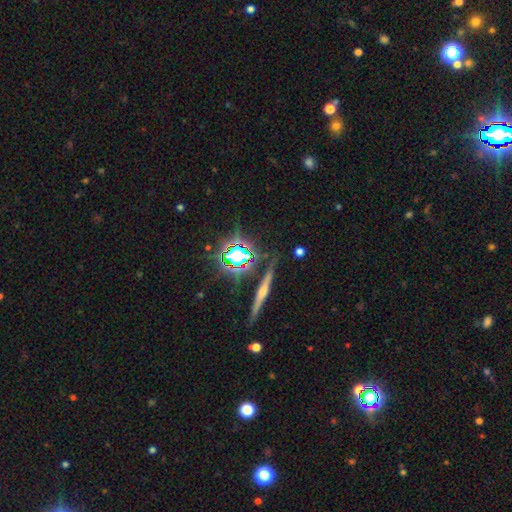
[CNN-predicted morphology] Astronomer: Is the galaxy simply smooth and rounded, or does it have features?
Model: star or artifact — 74%.